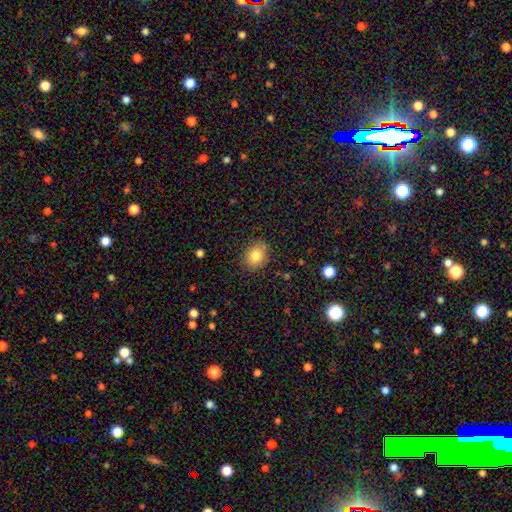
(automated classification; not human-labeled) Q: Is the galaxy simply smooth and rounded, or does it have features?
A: smooth — 81%.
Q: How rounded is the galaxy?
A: round — 62%.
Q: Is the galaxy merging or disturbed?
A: none — 83%.